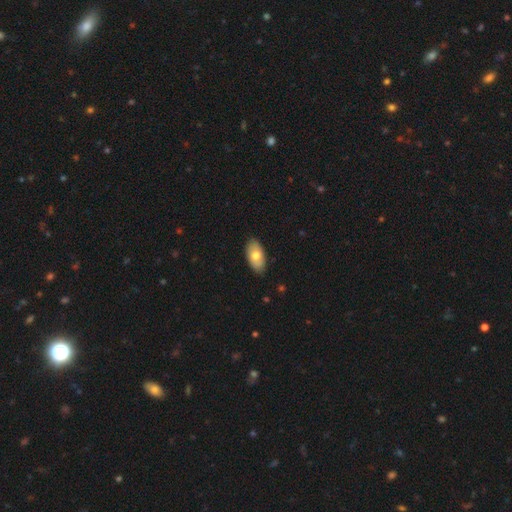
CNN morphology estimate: A smooth galaxy with no disk features (71%) that is in between round and cigar-shaped (95%).

Vote fractions:
- Smooth or featured? smooth: 71% / featured or disk: 24% / star or artifact: 5%
- How rounded? in between: 95% / round: 3% / cigar-shaped: 2%
- Merging? none: 87% / minor disturbance: 10% / major disturbance: 2% / merger: 1%